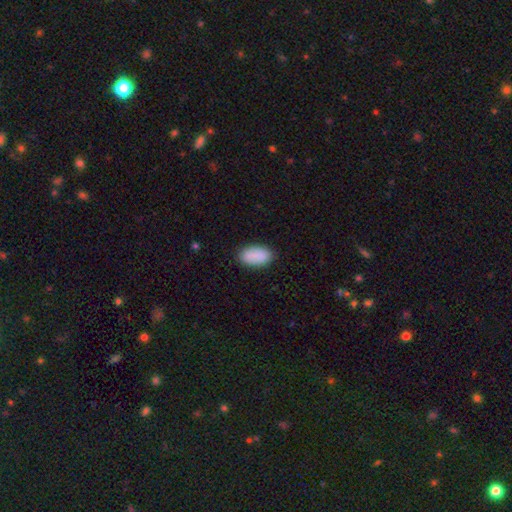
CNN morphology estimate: A smooth galaxy with no disk features (89%) that is in between round and cigar-shaped (94%).

Vote fractions:
- Smooth or featured? smooth: 89% / star or artifact: 6% / featured or disk: 5%
- How rounded? in between: 94% / round: 4% / cigar-shaped: 2%
- Merging? none: 86% / minor disturbance: 11% / major disturbance: 2% / merger: 1%